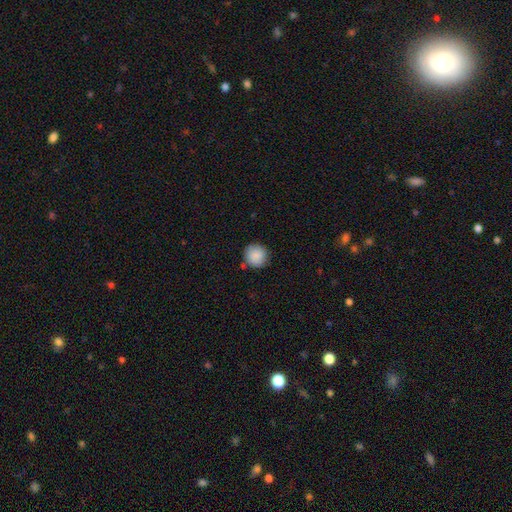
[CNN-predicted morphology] smooth_or_featured: smooth (p=0.89) [alt: star or artifact p=0.07]
how_rounded: round (p=0.94) [alt: in between p=0.05]
merging: none (p=0.84) [alt: minor disturbance p=0.10]